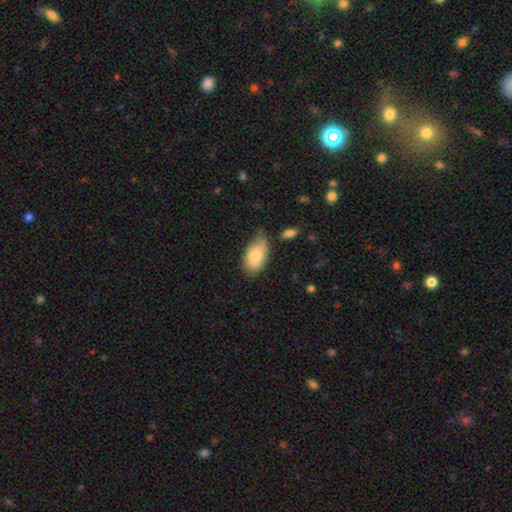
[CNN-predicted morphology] type=smooth (78%); roundness=in between (93%); merging=none (50%).